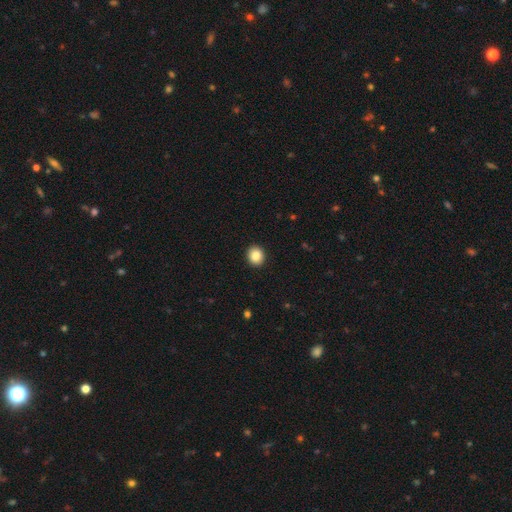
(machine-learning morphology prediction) This appears to be a smooth galaxy with no disk features (86%) that is round (78%). Merging: none (93%).